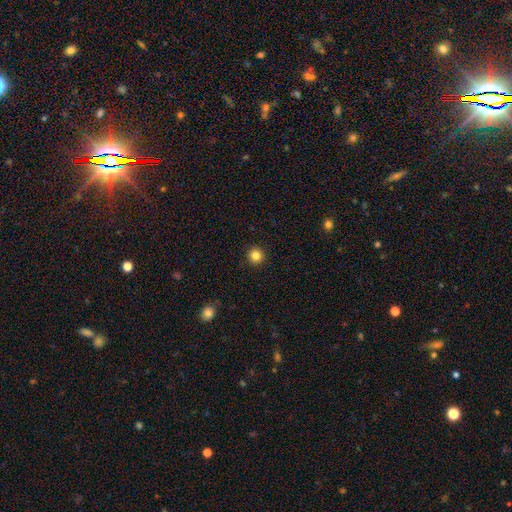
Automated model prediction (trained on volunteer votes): A smooth galaxy with no disk features (84%) that is round (95%). Merging: none (93%).